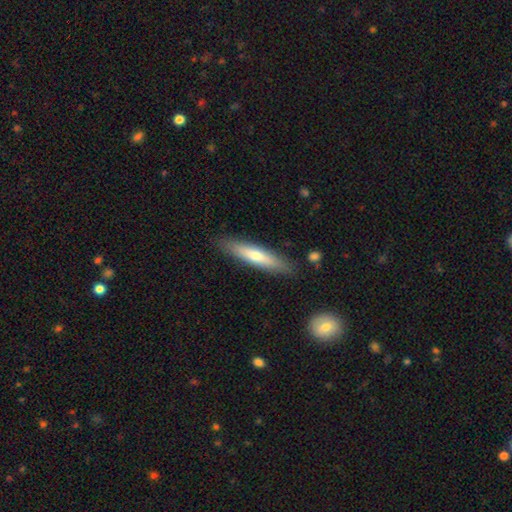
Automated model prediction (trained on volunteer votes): Smooth or featured: smooth — 58% (featured or disk — 36%)
How rounded: cigar-shaped — 86% (in between — 12%)
Merging: none — 87% (minor disturbance — 9%)